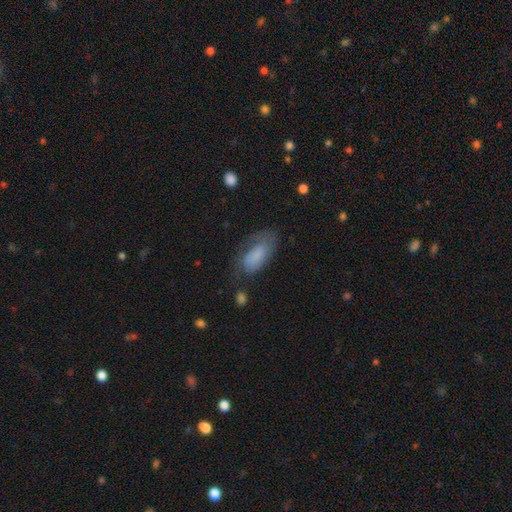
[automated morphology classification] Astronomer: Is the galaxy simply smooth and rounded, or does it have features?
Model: smooth — 60%.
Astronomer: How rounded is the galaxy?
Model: in between — 89%.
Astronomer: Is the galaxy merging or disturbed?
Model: none — 46% (runner-up: minor disturbance, 28%).